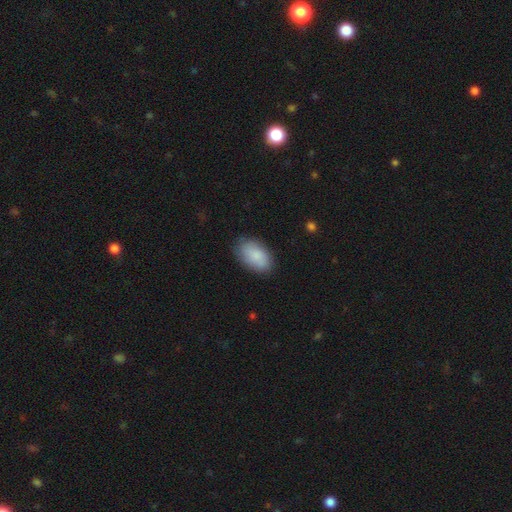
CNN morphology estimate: This appears to be a smooth galaxy with no disk features (86%) that is in between round and cigar-shaped (94%). Merging: none (82%).